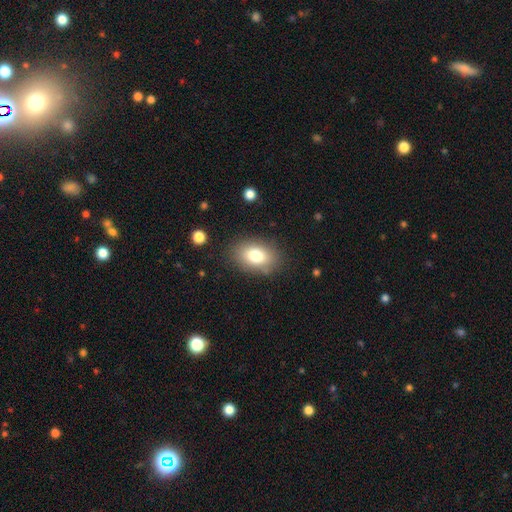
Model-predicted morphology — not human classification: Q: Smooth or featured?
A: smooth (80%); runner-up: featured or disk (11%)
Q: How rounded?
A: in between (82%); runner-up: round (17%)
Q: Merging?
A: none (83%); runner-up: minor disturbance (11%)